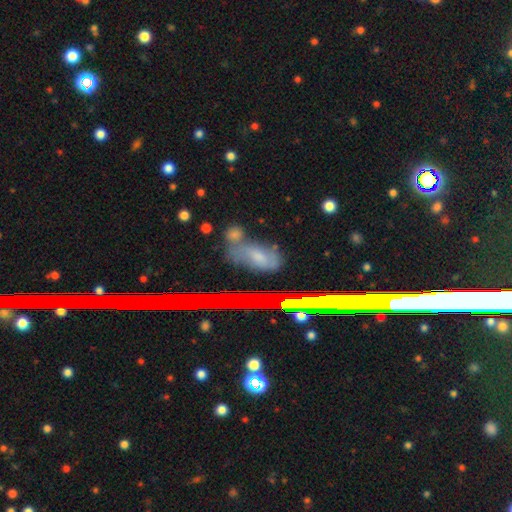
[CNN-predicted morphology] smooth 46%, featured or disk 27%, star or artifact 26%. Down the decision tree: merging — none (63%).